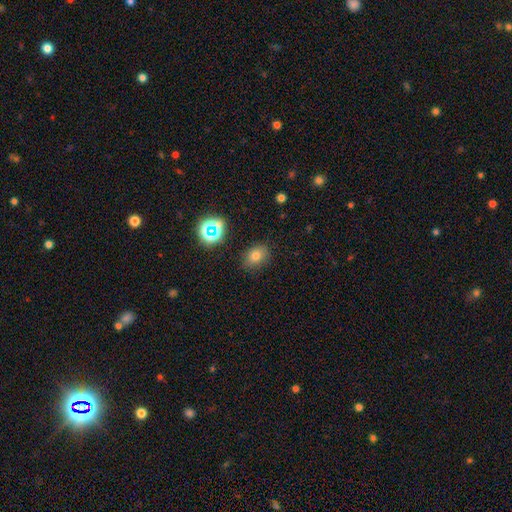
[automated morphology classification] smooth 73%, star or artifact 18%, featured or disk 9%. Down the decision tree: how rounded — in between (68%); merging — none (83%).